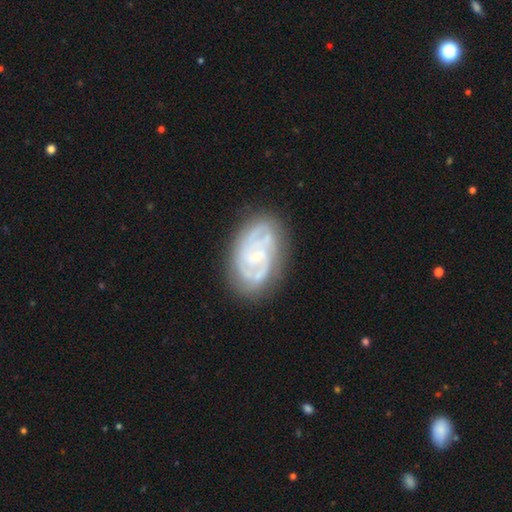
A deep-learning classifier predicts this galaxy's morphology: type=featured or disk (84%); edge-on=no (97%); bar=no (53%); spiral arms=yes (95%); winding=tight (55%); arm count=2 (33%); bulge=small (72%); merging=none (76%).